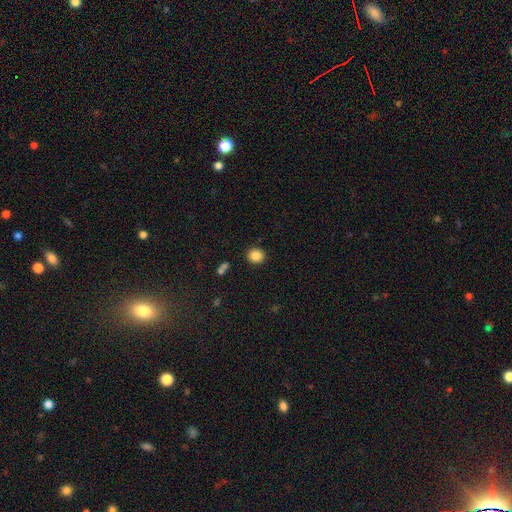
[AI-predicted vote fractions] A smooth galaxy with no disk features (86%) that is round (82%).

Vote fractions:
- Smooth or featured? smooth: 86% / star or artifact: 10% / featured or disk: 4%
- How rounded? round: 82% / in between: 17% / cigar-shaped: 1%
- Merging? none: 88% / minor disturbance: 7% / merger: 3% / major disturbance: 3%